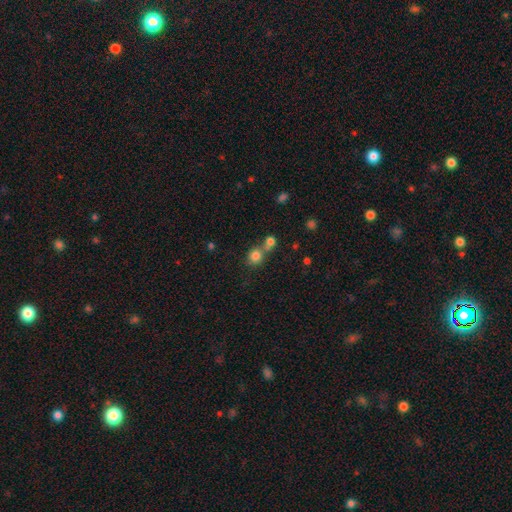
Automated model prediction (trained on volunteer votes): The model was most divided on "merging": none: 47%, merger: 43%, minor disturbance: 7%, major disturbance: 3%. More confident: how rounded — round (85%); smooth or featured — smooth (80%).